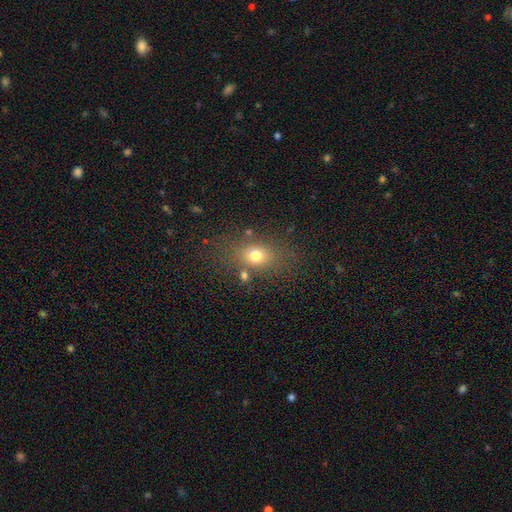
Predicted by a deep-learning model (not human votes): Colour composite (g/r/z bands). It shows a smooth galaxy with no disk features (72%) that is in between round and cigar-shaped (59%). Merging: none (71%).